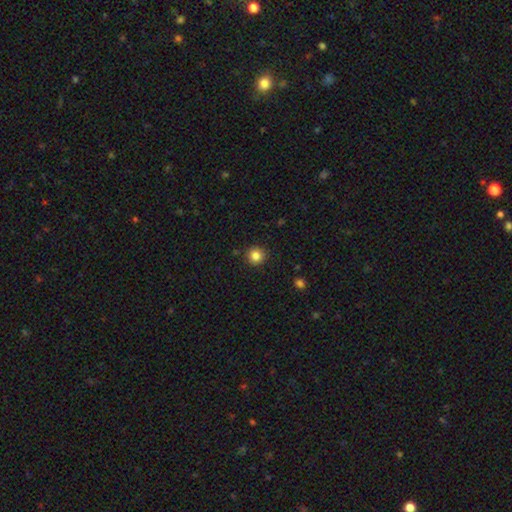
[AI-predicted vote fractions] A smooth galaxy with no disk features (84%) that is round (94%). Merging: none (91%).